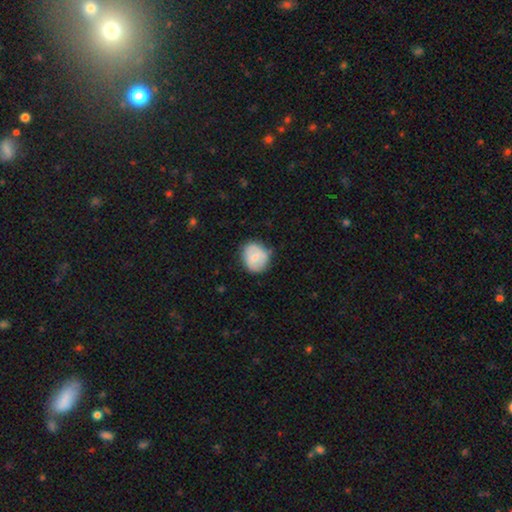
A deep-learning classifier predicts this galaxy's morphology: A smooth galaxy with no disk features (67%) that is round (71%).

Vote fractions:
- Smooth or featured? smooth: 67% / featured or disk: 26% / star or artifact: 7%
- How rounded? round: 71% / in between: 28% / cigar-shaped: 1%
- Merging? none: 72% / minor disturbance: 22% / major disturbance: 5% / merger: 2%